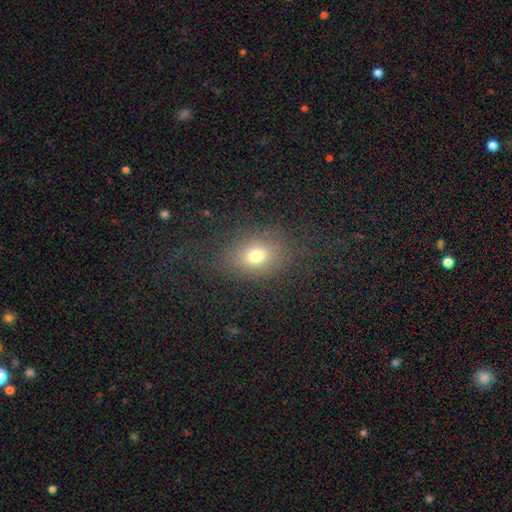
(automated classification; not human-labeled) The model was most divided on "how rounded": in between: 63%, round: 35%, cigar-shaped: 2%. More confident: merging — none (75%); smooth or featured — smooth (71%).